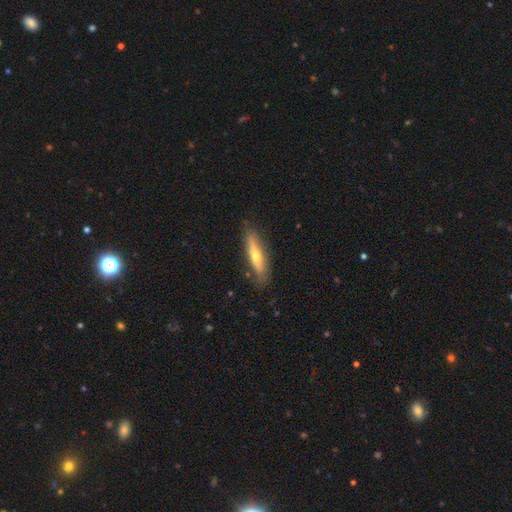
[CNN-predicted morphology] This is possibly a featured or disk galaxy (50%). It is clearly viewed edge-on (84%). Merging: clearly none (82%).